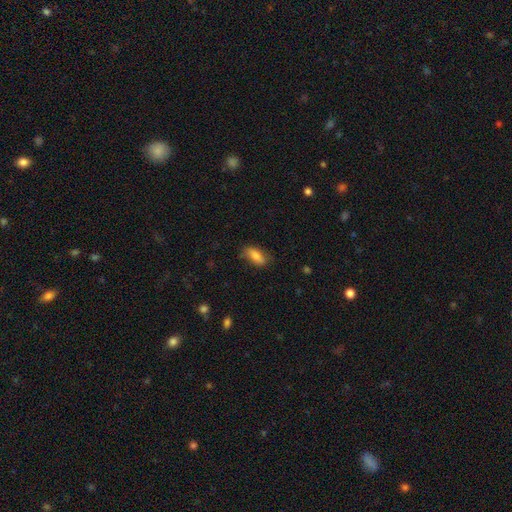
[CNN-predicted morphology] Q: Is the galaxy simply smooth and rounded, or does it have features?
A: smooth — 76%.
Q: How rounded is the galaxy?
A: in between — 79%.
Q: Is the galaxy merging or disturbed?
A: none — 71%.